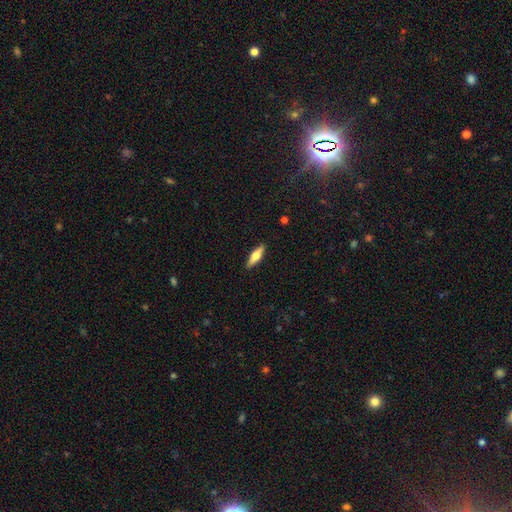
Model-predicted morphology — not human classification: type=smooth (50%); merging=none (90%).